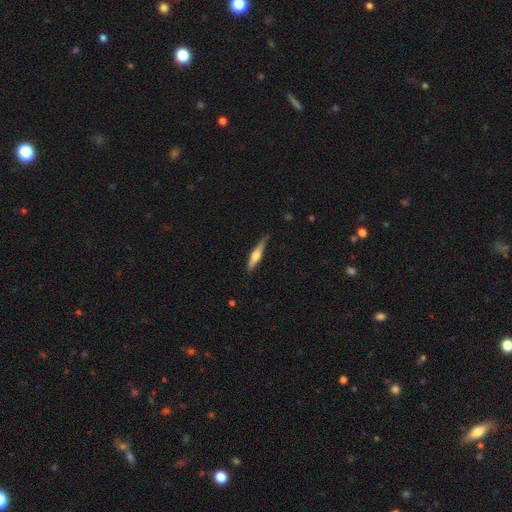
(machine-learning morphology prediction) Smooth or featured? featured or disk (55%)
Edge-on disk? yes (96%)
Edge-on bulge? rounded (90%)
Merging? none (78%)